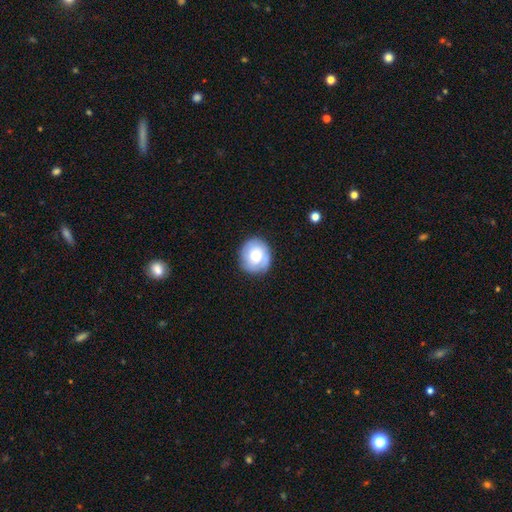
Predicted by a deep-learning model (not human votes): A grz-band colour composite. It shows a smooth galaxy with no disk features (59%) that is round (84%). Merging: none (82%).